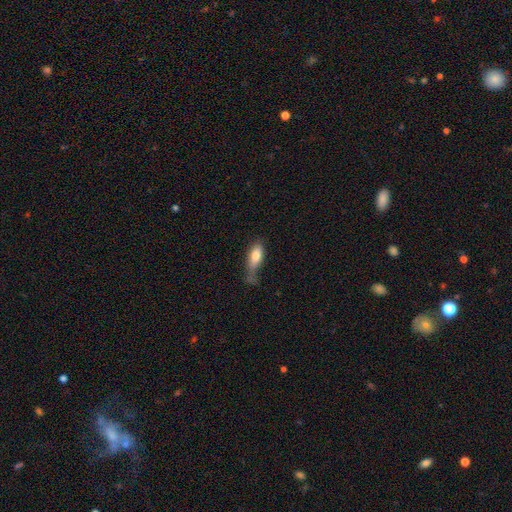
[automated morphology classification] A smooth galaxy with no disk features (77%) that is in between round and cigar-shaped (73%).

Vote fractions:
- Smooth or featured? smooth: 77% / featured or disk: 16% / star or artifact: 7%
- How rounded? in between: 73% / cigar-shaped: 24% / round: 3%
- Merging? minor disturbance: 33% / none: 32% / major disturbance: 28% / merger: 8%